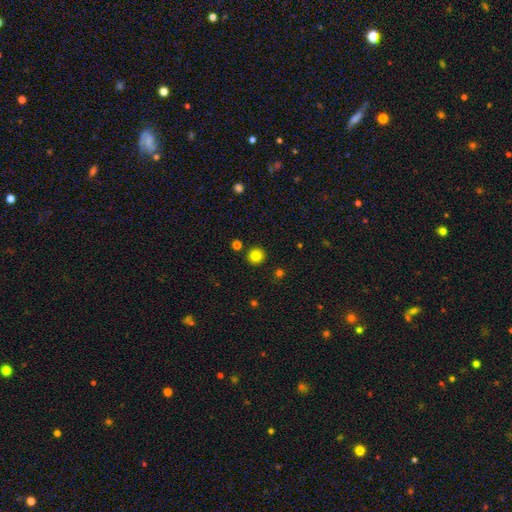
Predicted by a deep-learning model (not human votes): This appears to be a smooth galaxy with no disk features (83%) that is round (94%). Merging: none (90%).